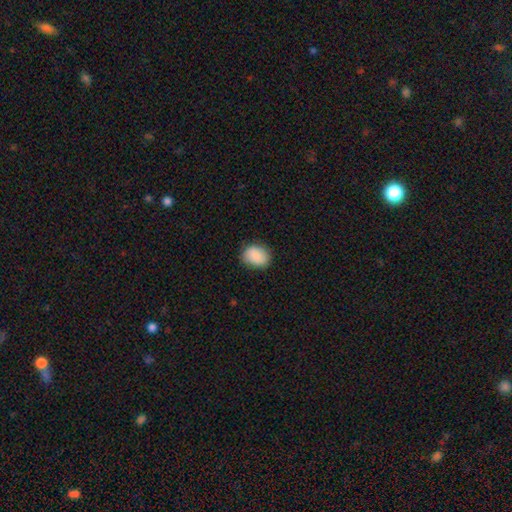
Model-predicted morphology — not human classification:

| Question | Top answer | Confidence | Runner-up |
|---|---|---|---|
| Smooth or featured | smooth | 87% | star or artifact (7%) |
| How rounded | in between | 58% | round (42%) |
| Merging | none | 83% | minor disturbance (14%) |